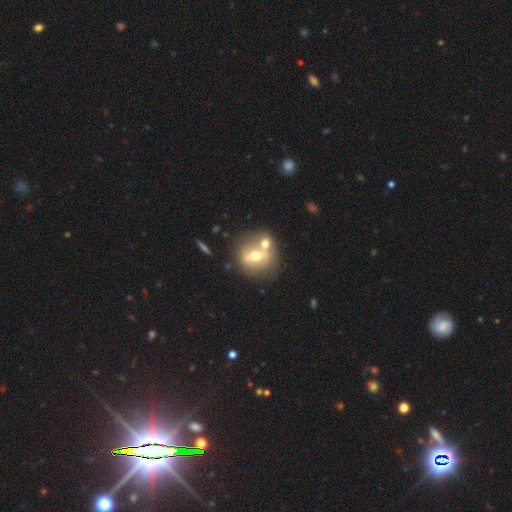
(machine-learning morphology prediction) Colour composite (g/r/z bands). It shows a featured or disk galaxy (47%). Merging: none (48%).